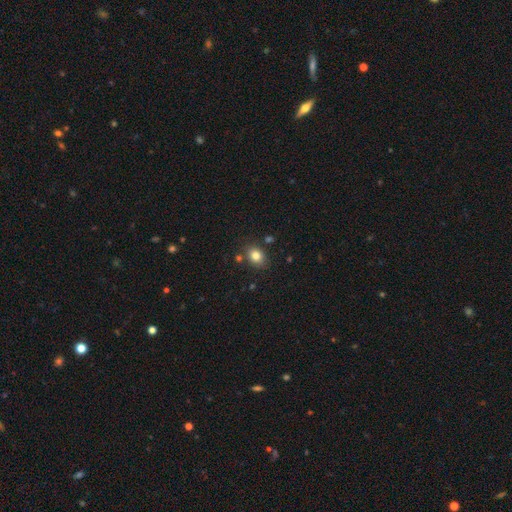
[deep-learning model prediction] This appears to be a smooth galaxy with no disk features (81%) that is in between round and cigar-shaped (56%). Merging: none (80%).